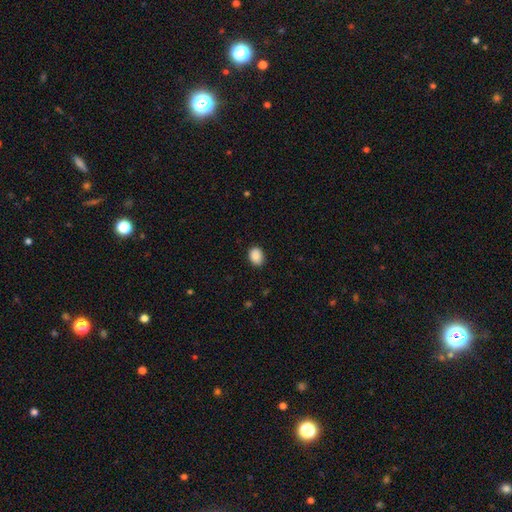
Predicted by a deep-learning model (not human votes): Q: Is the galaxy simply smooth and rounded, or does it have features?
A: smooth — 90%.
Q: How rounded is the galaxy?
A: in between — 67%.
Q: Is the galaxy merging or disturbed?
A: none — 87%.